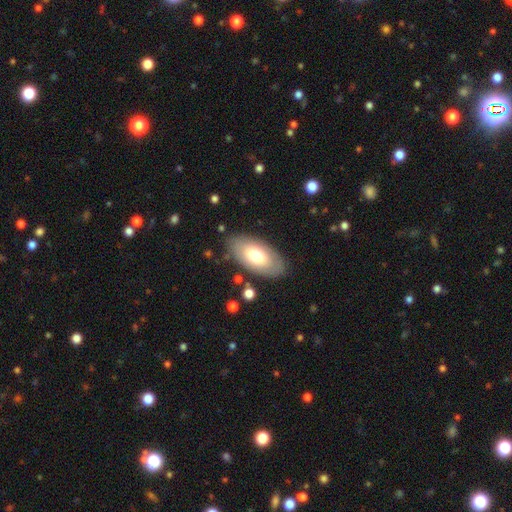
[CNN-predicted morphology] Smooth or featured? smooth (69%)
How rounded? in between (94%)
Merging? none (82%)